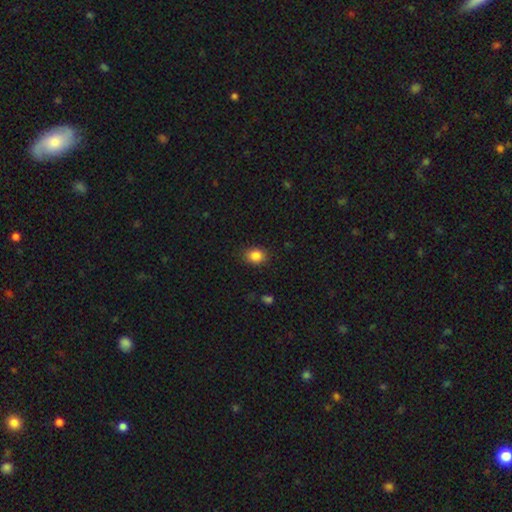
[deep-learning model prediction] smooth 86%, star or artifact 10%, featured or disk 4%. Down the decision tree: how rounded — in between (51%); merging — none (87%).